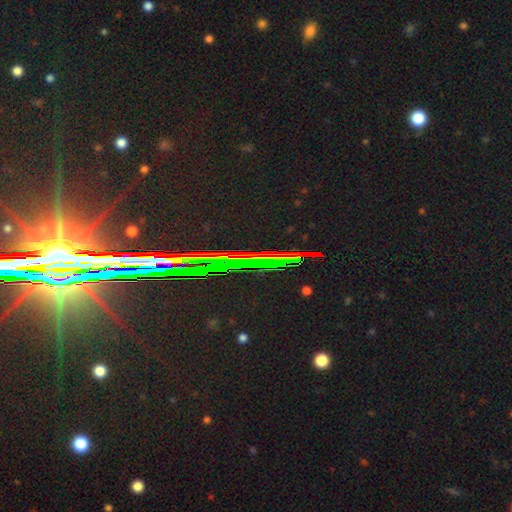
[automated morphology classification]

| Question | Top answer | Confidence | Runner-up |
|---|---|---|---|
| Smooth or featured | star or artifact | 80% | featured or disk (12%) |